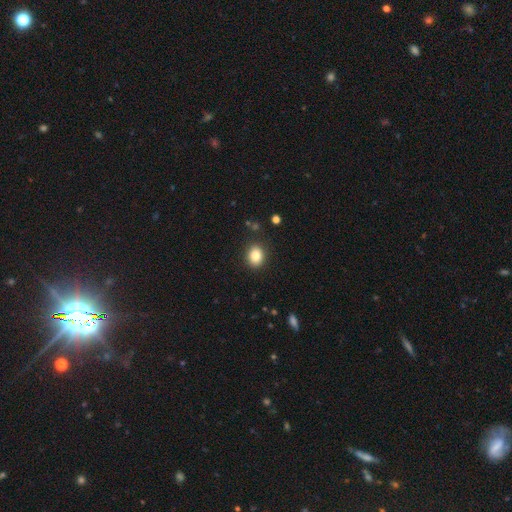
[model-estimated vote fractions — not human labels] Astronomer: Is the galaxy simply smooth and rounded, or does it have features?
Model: smooth — 84%.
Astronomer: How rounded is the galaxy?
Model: round — 53% (runner-up: in between, 46%).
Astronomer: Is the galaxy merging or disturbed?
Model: none — 89%.